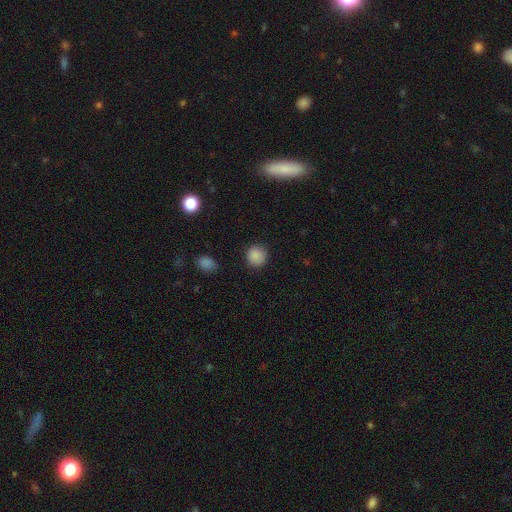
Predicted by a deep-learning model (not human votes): smooth_or_featured: smooth (p=0.86) [alt: star or artifact p=0.10]
how_rounded: round (p=0.92) [alt: in between p=0.07]
merging: none (p=0.87) [alt: minor disturbance p=0.09]